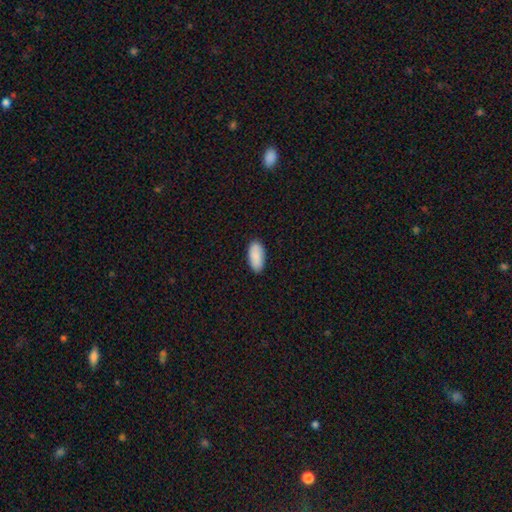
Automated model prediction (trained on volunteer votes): A smooth galaxy with no disk features (89%) that is in between round and cigar-shaped (93%). Merging: none (88%).